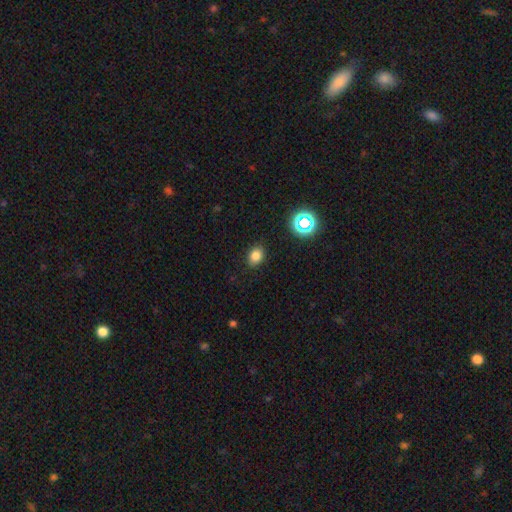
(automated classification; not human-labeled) This is likely a smooth galaxy (79%). How rounded: likely in between (64%). Merging: clearly none (87%).